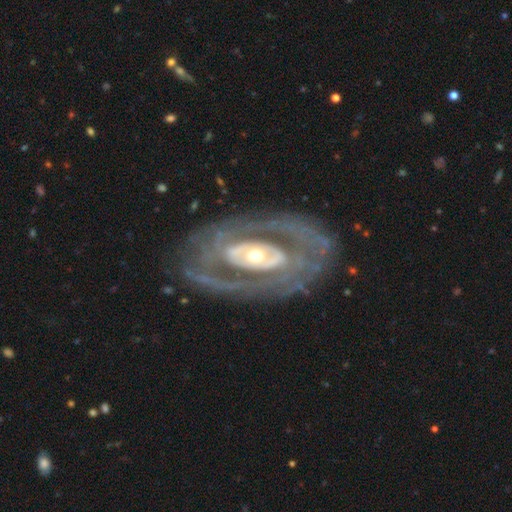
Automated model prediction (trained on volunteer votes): Smooth or featured: featured or disk — 86% (smooth — 9%)
Edge-on disk: no — 93% (yes — 7%)
Bar: no — 58% (weak — 24%)
Spiral arms: yes — 73% (no — 27%)
Spiral winding: tight — 58% (medium — 30%)
Spiral arm count: 2 — 50% (can't tell — 29%)
Bulge size: moderate — 53% (small — 35%)
Merging: none — 76% (minor disturbance — 13%)